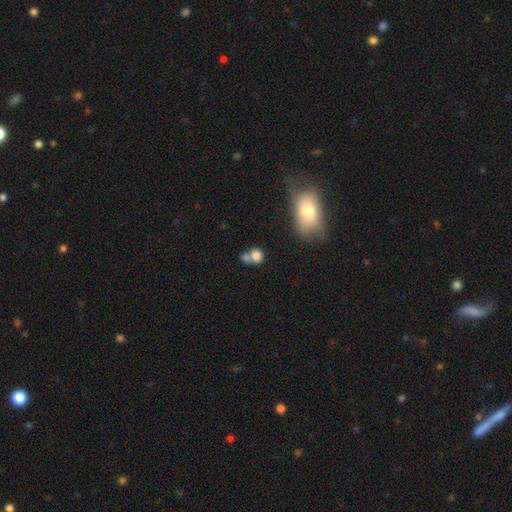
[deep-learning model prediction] This appears to be a smooth galaxy with no disk features (79%) that is round (57%). Merging: merger (52%).